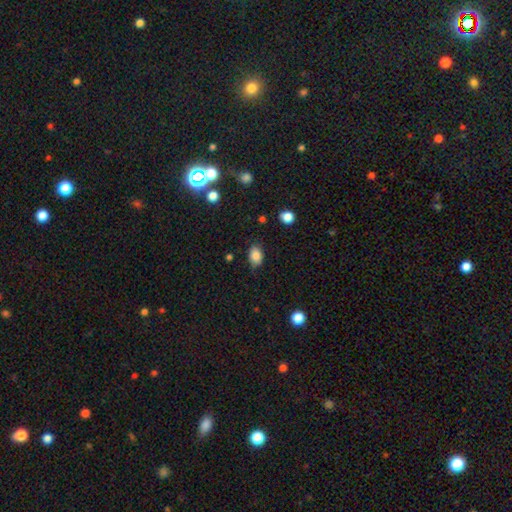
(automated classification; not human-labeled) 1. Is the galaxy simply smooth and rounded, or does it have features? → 82% smooth, 10% star or artifact, 9% featured or disk.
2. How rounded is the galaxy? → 81% in between, 17% round, 1% cigar-shaped.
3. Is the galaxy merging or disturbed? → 74% none, 21% minor disturbance, 4% major disturbance, 2% merger.